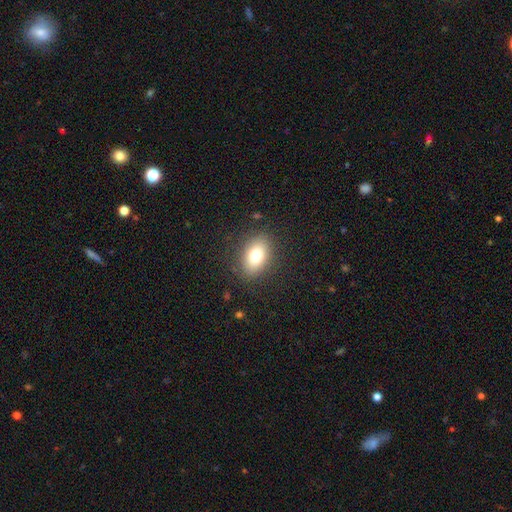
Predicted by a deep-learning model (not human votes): Smooth or featured? Predicted: smooth (p=0.75). How rounded? Predicted: in between (p=0.77). Merging? Predicted: none (p=0.85).